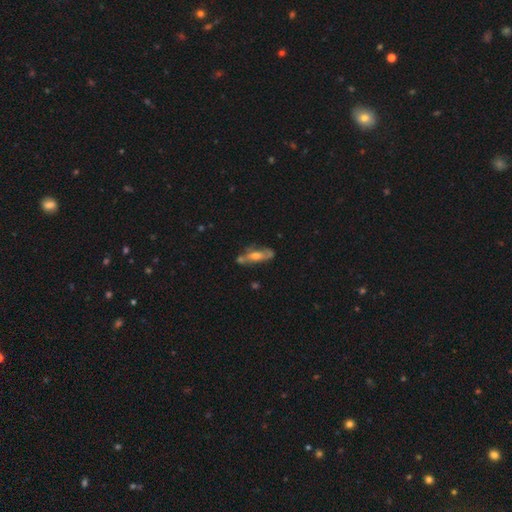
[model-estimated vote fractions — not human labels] The model was most divided on "edge-on disk": no: 62%, yes: 38%. More confident: merging — none (59%); smooth or featured — featured or disk (59%).